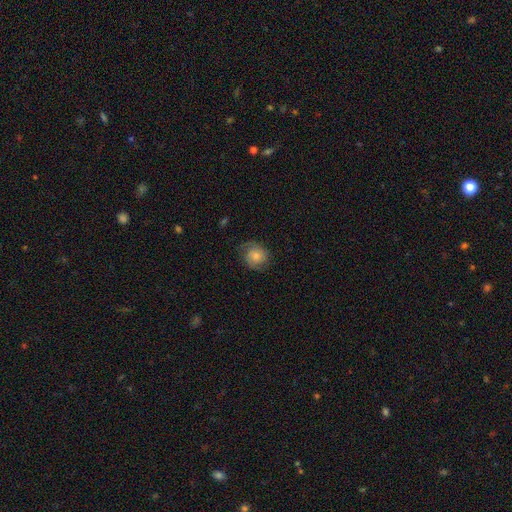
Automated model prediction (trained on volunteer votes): Overall: smooth (50%; featured or disk 42%). Merging: none (71%).